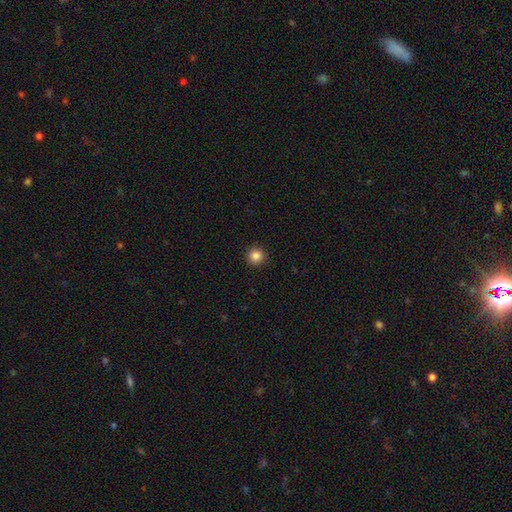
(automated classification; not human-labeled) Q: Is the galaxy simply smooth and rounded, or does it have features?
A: smooth — 85%.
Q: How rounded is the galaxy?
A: round — 95%.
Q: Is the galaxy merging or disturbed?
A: none — 92%.